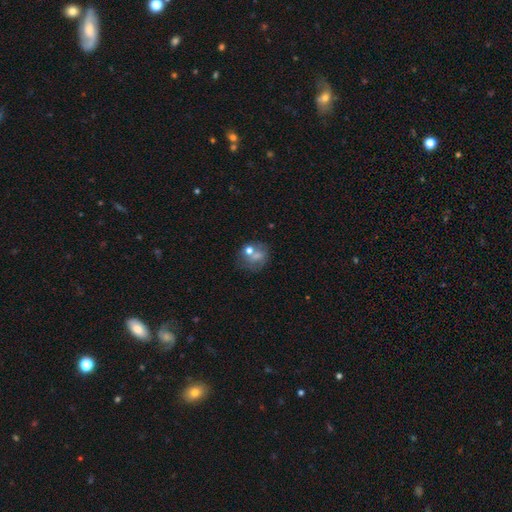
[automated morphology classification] Smooth or featured: smooth — 56% (featured or disk — 30%)
How rounded: round — 69% (in between — 30%)
Merging: none — 47% (merger — 24%)